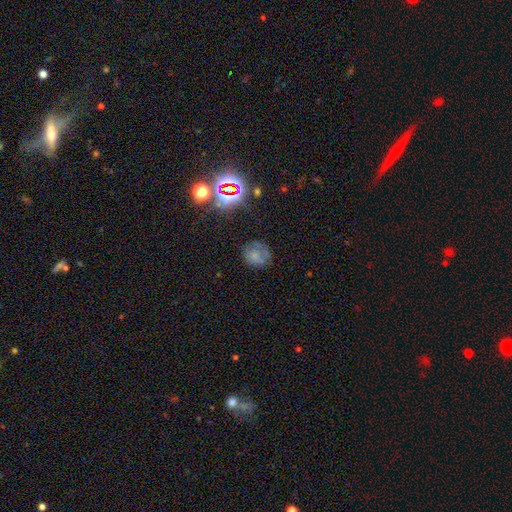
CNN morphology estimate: This appears to be a smooth galaxy with no disk features (61%) that is round (76%). Merging: none (60%).